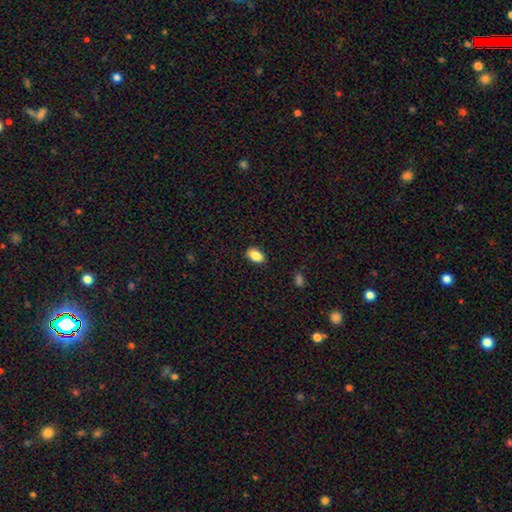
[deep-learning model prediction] Smooth or featured: smooth — 86% (star or artifact — 8%)
How rounded: in between — 90% (round — 8%)
Merging: none — 88% (minor disturbance — 9%)